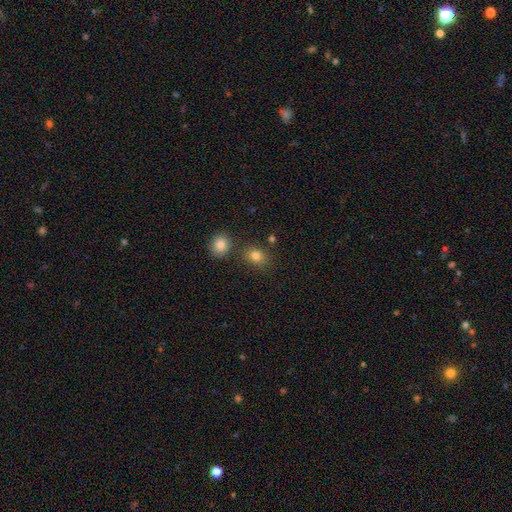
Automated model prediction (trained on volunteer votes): Q: Smooth or featured?
A: smooth (81%); runner-up: star or artifact (13%)
Q: How rounded?
A: round (53%); runner-up: in between (46%)
Q: Merging?
A: none (73%); runner-up: merger (12%)